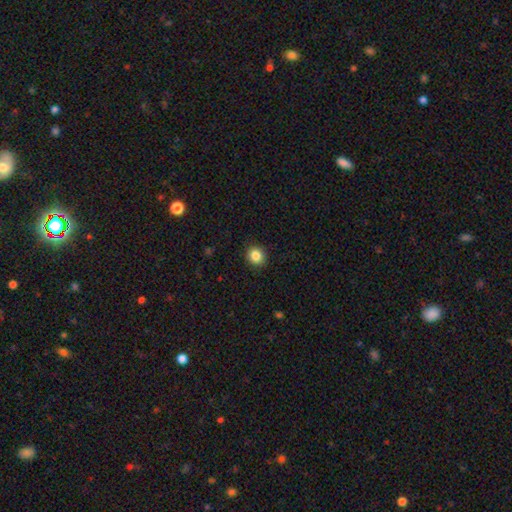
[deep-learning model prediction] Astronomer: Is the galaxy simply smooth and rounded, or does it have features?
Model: smooth — 85%.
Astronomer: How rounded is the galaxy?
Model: round — 83%.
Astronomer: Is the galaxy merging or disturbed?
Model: none — 91%.